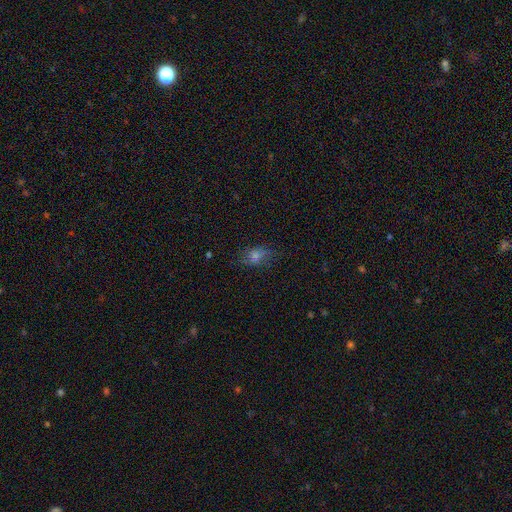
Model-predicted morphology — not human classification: A smooth galaxy with no disk features (56%) that is in between round and cigar-shaped (69%).

Vote fractions:
- Smooth or featured? smooth: 56% / featured or disk: 24% / star or artifact: 20%
- How rounded? in between: 69% / round: 27% / cigar-shaped: 4%
- Merging? none: 69% / minor disturbance: 21% / major disturbance: 9% / merger: 1%